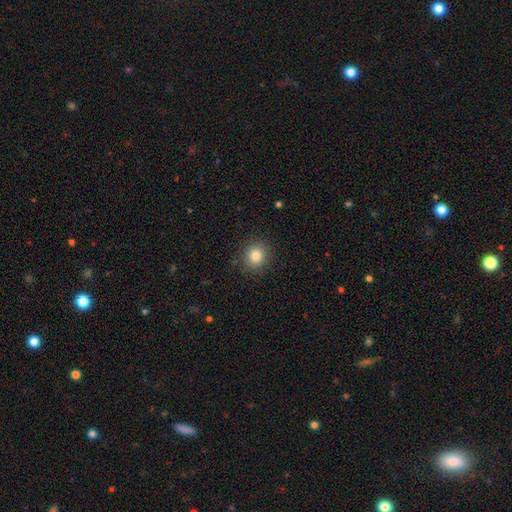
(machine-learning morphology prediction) A smooth galaxy with no disk features (83%) that is round (87%). Merging: none (88%).